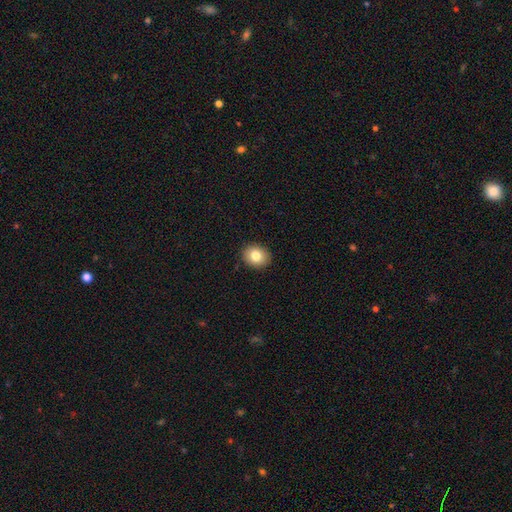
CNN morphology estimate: Smooth or featured?
  - smooth: 81% *
  - featured or disk: 10%
  - star or artifact: 9%
How rounded?
  - round: 60% *
  - in between: 40%
  - cigar-shaped: 1%
Merging?
  - none: 90% *
  - minor disturbance: 7%
  - major disturbance: 2%
  - merger: 1%